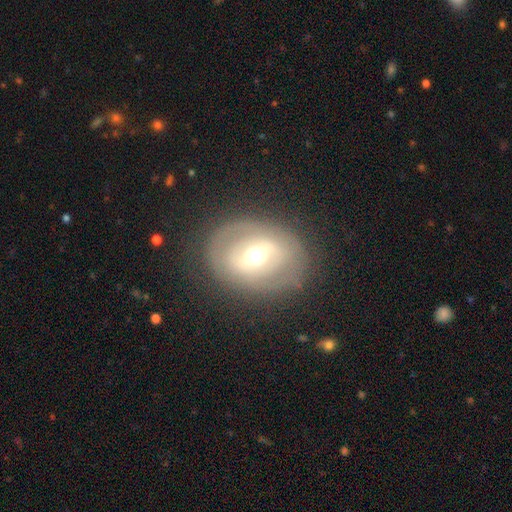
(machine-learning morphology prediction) Smooth or featured?
  - featured or disk: 68% *
  - smooth: 24%
  - star or artifact: 8%
Edge-on disk?
  - no: 94% *
  - yes: 6%
Bar?
  - weak: 40% * (tied)
  - strong: 40% * (tied)
  - no: 20%
Spiral arms?
  - no: 54% *
  - yes: 46%
Bulge size?
  - moderate: 69% *
  - small: 19%
  - large: 10%
  - dominant: 1%
  - none: 1%
Merging?
  - none: 79% *
  - minor disturbance: 13%
  - major disturbance: 7%
  - merger: 1%